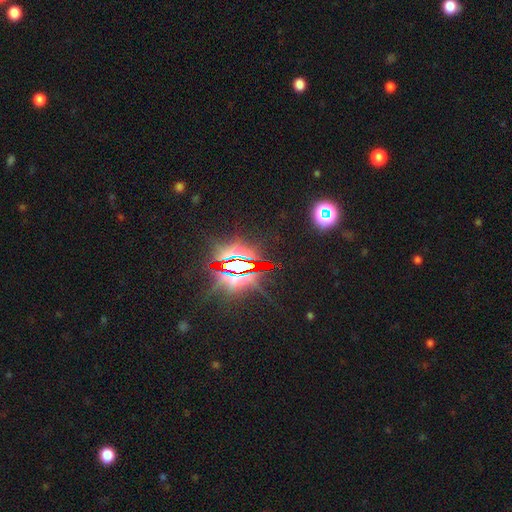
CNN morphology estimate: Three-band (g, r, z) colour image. It shows a star or artifact, not a galaxy (85%).